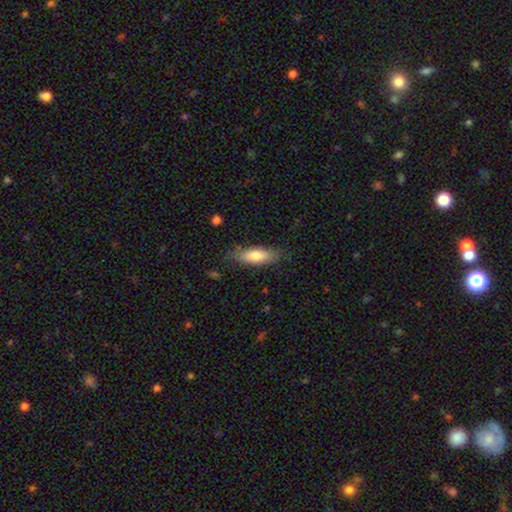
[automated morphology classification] A smooth galaxy with no disk features (76%) that is in between round and cigar-shaped (62%). Merging: none (79%).